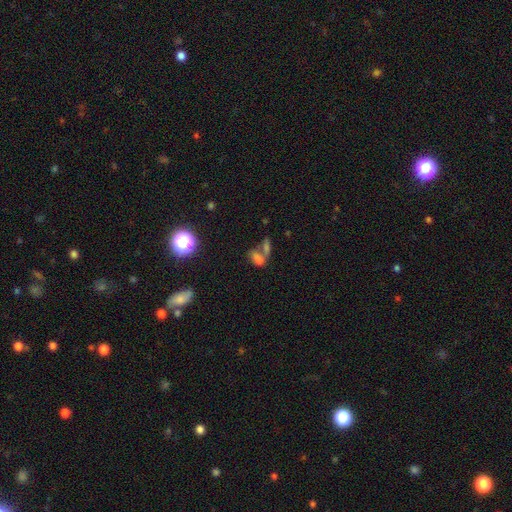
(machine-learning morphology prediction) Overall: smooth (42%; star or artifact 35%). Merging: merger (47%; none 35%).